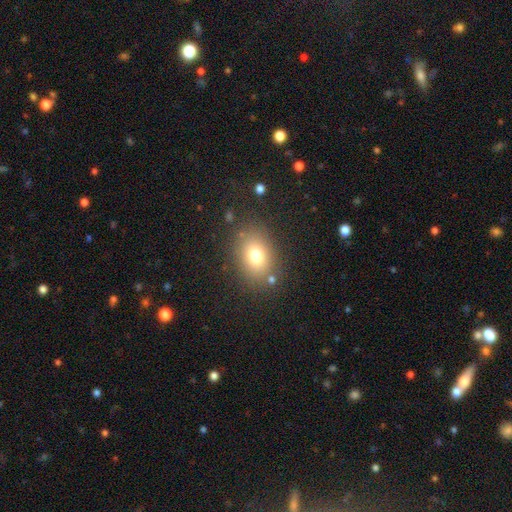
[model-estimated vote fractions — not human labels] A smooth galaxy with no disk features (75%) that is in between round and cigar-shaped (64%).

Vote fractions:
- Smooth or featured? smooth: 75% / star or artifact: 13% / featured or disk: 12%
- How rounded? in between: 64% / round: 35% / cigar-shaped: 1%
- Merging? none: 79% / minor disturbance: 11% / major disturbance: 5% / merger: 4%